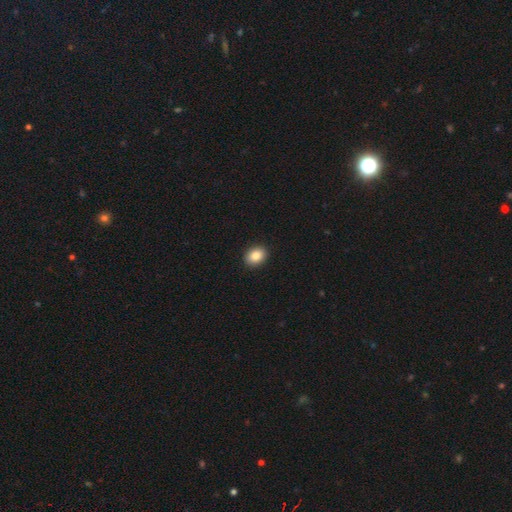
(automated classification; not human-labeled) smooth-or-featured: smooth: 86% | star or artifact: 8% | featured or disk: 6%
  how-rounded: in between: 59% | round: 40% | cigar-shaped: 1%
  merging: none: 92% | minor disturbance: 6% | major disturbance: 2% | merger: 1%